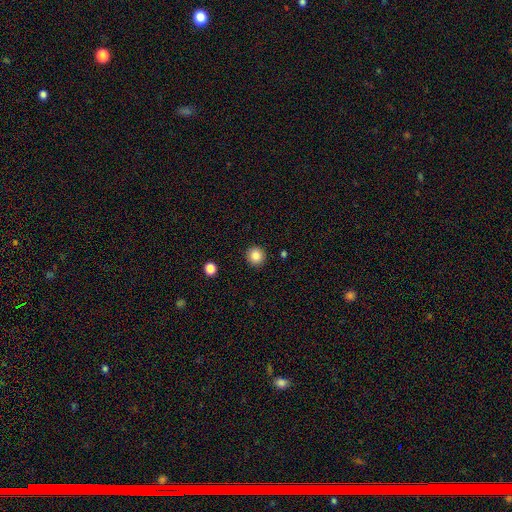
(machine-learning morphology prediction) smooth_or_featured: smooth (p=0.86) [alt: star or artifact p=0.10]
how_rounded: round (p=0.95) [alt: in between p=0.04]
merging: none (p=0.92) [alt: minor disturbance p=0.05]